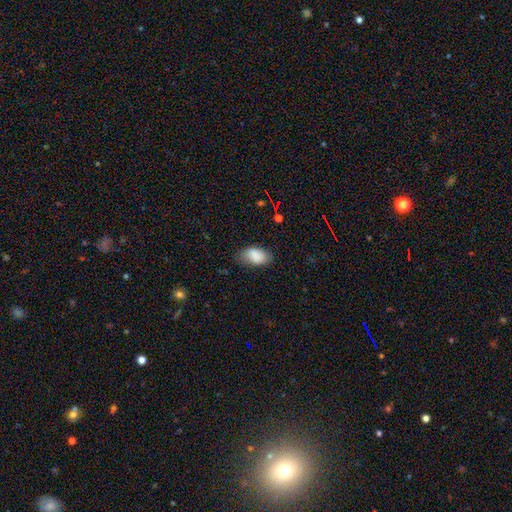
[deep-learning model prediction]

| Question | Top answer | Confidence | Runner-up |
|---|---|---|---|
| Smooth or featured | smooth | 86% | featured or disk (7%) |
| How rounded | in between | 92% | round (6%) |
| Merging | none | 67% | minor disturbance (25%) |